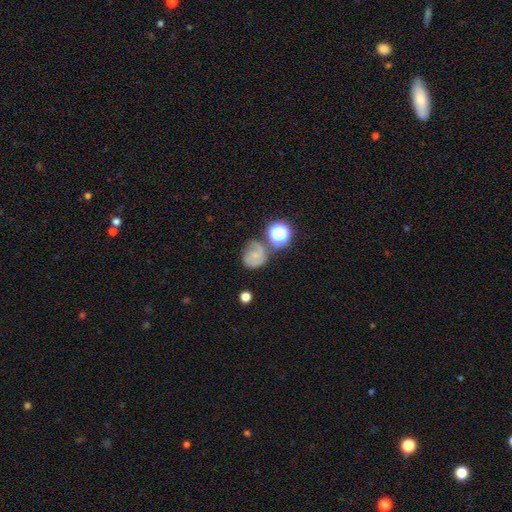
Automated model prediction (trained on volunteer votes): Smooth or featured: featured or disk — 47% (smooth — 39%)
Merging: none — 50% (minor disturbance — 22%)